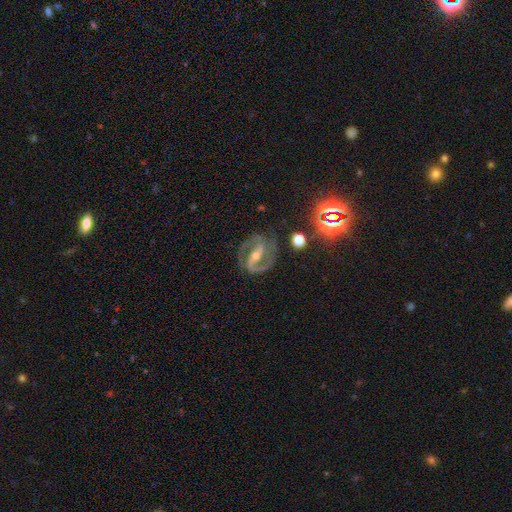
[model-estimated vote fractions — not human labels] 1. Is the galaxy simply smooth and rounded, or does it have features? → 89% featured or disk, 7% star or artifact, 4% smooth.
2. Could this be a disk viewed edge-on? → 97% no, 3% yes.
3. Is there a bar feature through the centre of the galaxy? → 63% strong, 25% weak, 12% no.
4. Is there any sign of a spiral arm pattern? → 97% yes, 3% no.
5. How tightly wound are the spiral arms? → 55% medium, 34% tight, 11% loose.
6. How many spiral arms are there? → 92% 2, 2% can't tell, 2% 1, 2% 3, 1% 4, 1% more than 4.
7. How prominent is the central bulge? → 49% small, 47% moderate, 2% large, 1% none, 1% dominant.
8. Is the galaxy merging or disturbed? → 81% none, 12% minor disturbance, 5% major disturbance, 2% merger.